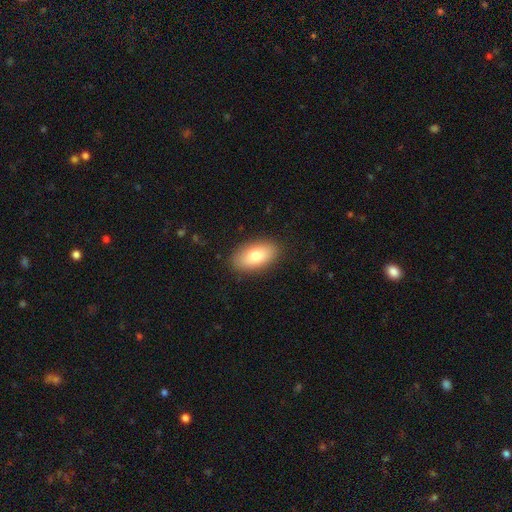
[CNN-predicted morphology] smooth_or_featured: smooth (p=0.79) [alt: featured or disk p=0.14]
how_rounded: in between (p=0.93) [alt: round p=0.04]
merging: none (p=0.87) [alt: minor disturbance p=0.09]